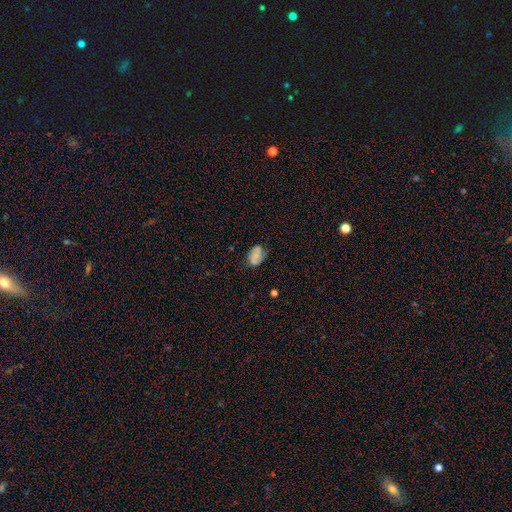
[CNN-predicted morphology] Smooth or featured? smooth (57%)
How rounded? in between (82%)
Merging? none (67%)